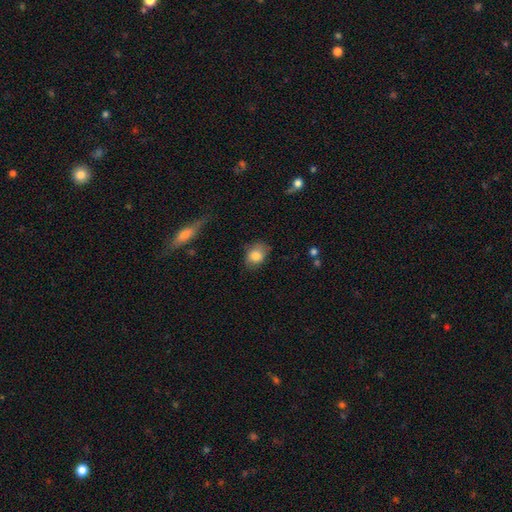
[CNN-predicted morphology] A smooth galaxy with no disk features (81%) that is in between round and cigar-shaped (63%).

Vote fractions:
- Smooth or featured? smooth: 81% / featured or disk: 11% / star or artifact: 8%
- How rounded? in between: 63% / round: 36% / cigar-shaped: 1%
- Merging? none: 65% / minor disturbance: 26% / major disturbance: 7% / merger: 2%